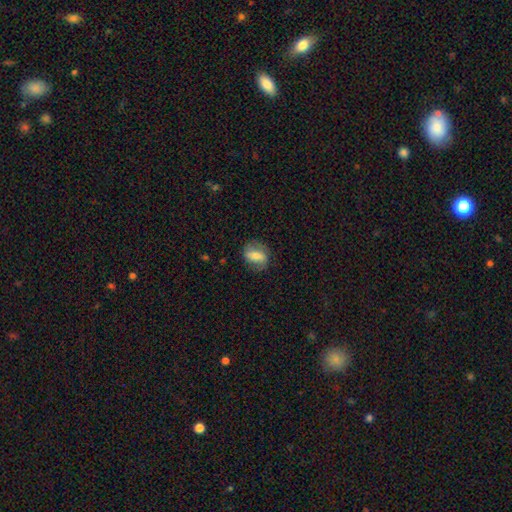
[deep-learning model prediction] smooth-or-featured: smooth: 54% | featured or disk: 38% | star or artifact: 8%
  how-rounded: in between: 69% | round: 25% | cigar-shaped: 6%
  merging: none: 71% | minor disturbance: 19% | major disturbance: 9% | merger: 1%